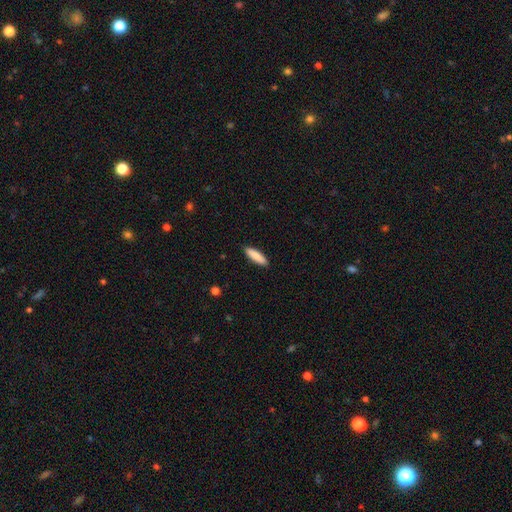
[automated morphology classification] Overall: smooth (86%). How rounded: cigar-shaped (66%; in between 33%). Merging: none (90%).